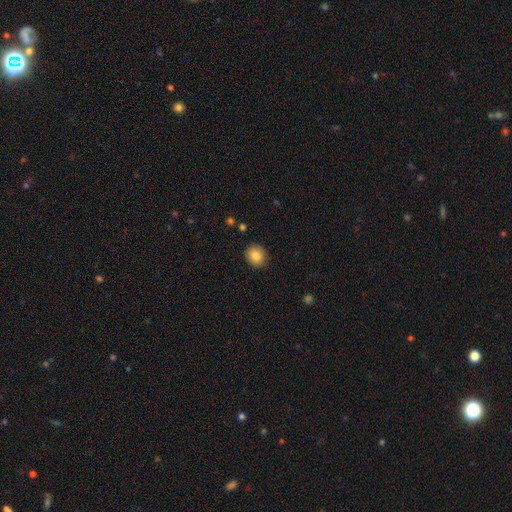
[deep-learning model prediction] Morphology: type=smooth (85%); roundness=round (75%); merging=none (89%).